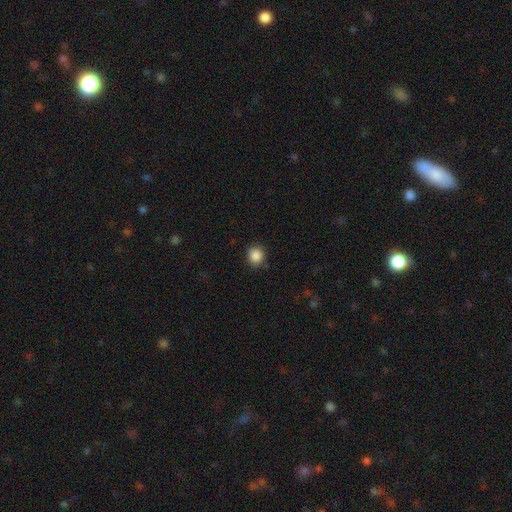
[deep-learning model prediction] Smooth or featured? Predicted: smooth (p=0.87). How rounded? Predicted: round (p=0.88). Merging? Predicted: none (p=0.86).